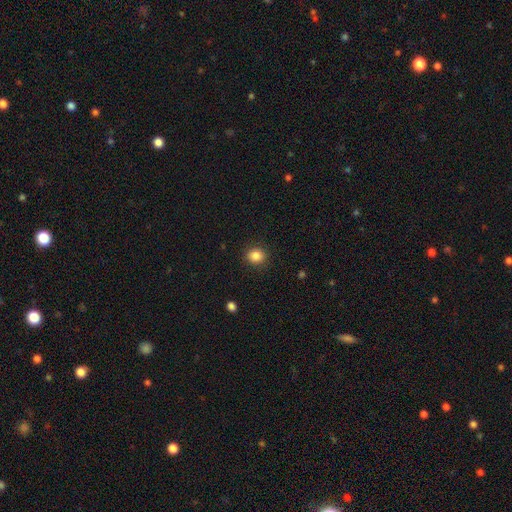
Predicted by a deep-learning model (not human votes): This appears to be a smooth galaxy with no disk features (86%) that is round (73%). Merging: none (89%).